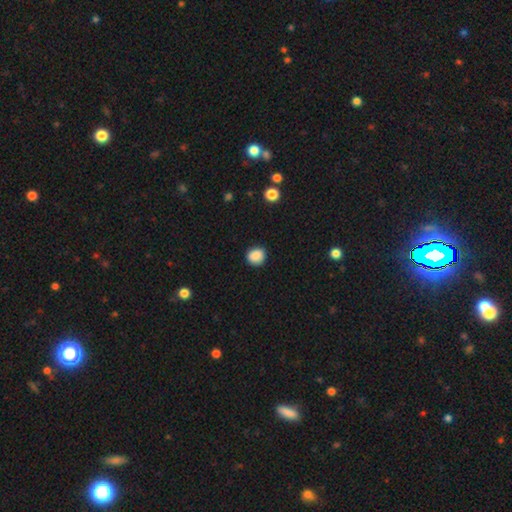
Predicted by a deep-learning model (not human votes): Morphology: type=smooth (88%); roundness=round (78%); merging=none (87%).